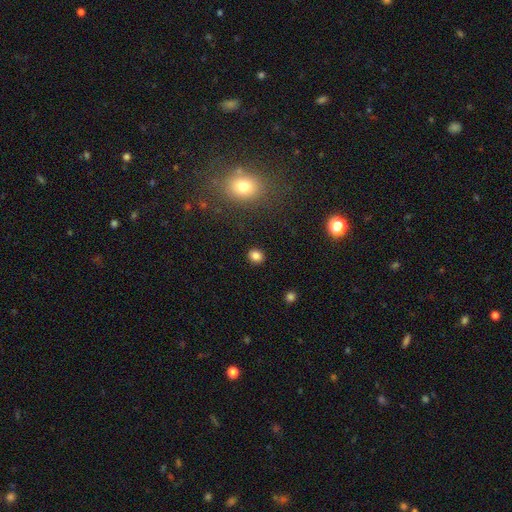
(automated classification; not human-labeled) Smooth or featured? Predicted: smooth (p=0.83). How rounded? Predicted: round (p=0.75). Merging? Predicted: none (p=0.90).